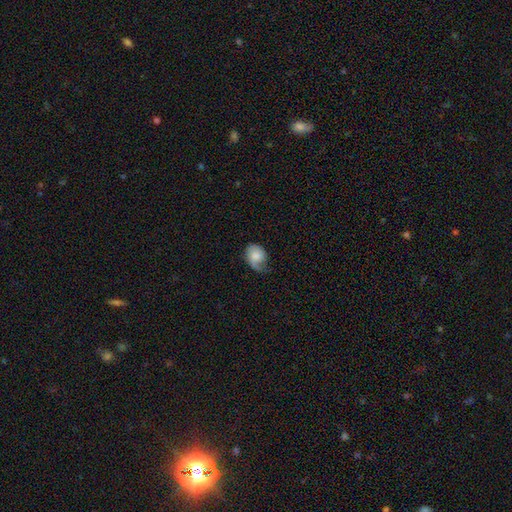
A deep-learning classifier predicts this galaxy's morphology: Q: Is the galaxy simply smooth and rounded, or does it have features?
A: smooth — 65%.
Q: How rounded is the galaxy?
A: in between — 64%.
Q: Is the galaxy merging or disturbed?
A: minor disturbance — 38%.